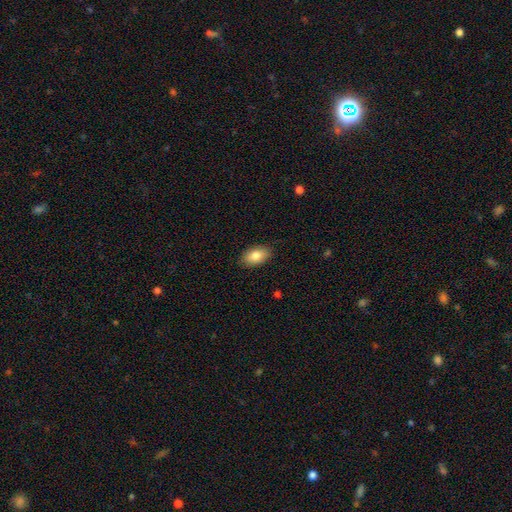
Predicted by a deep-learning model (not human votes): The model was most divided on "smooth or featured": smooth: 84%, featured or disk: 9%, star or artifact: 7%. More confident: how rounded — in between (92%); merging — none (88%).